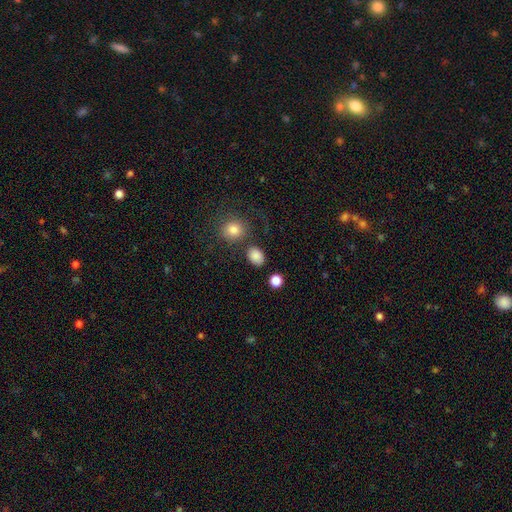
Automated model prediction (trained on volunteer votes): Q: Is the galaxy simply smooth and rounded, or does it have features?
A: smooth — 86%.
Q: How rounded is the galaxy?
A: in between — 62%.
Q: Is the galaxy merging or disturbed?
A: none — 79%.